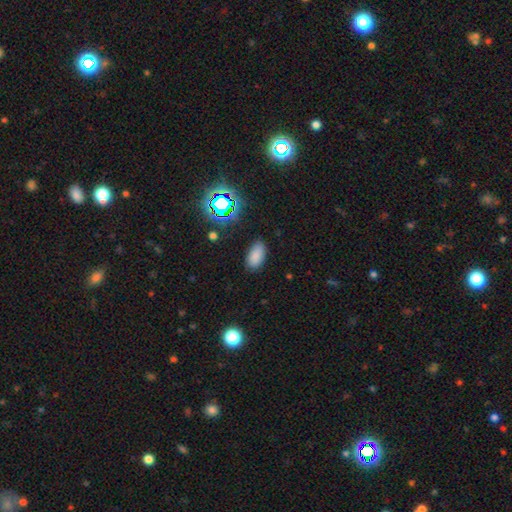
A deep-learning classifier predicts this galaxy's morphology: A smooth galaxy with no disk features (79%) that is in between round and cigar-shaped (93%). Merging: none (83%).